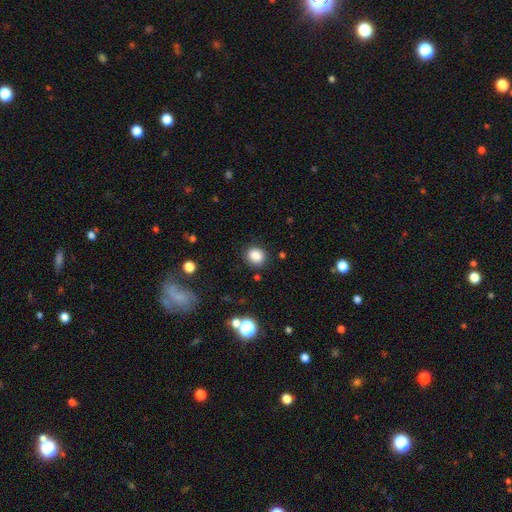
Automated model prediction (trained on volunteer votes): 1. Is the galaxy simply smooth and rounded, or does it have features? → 86% smooth, 11% star or artifact, 4% featured or disk.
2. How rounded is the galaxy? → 72% round, 27% in between, 1% cigar-shaped.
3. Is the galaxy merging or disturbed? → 87% none, 9% minor disturbance, 3% major disturbance, 2% merger.